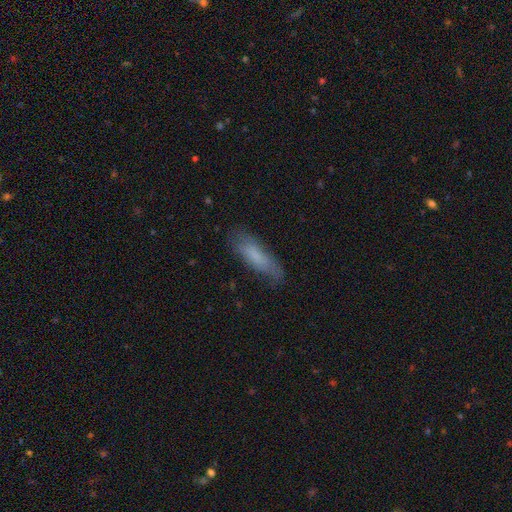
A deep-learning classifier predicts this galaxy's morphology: Overall: smooth (71%). How rounded: cigar-shaped (58%; in between 40%). Merging: none (72%).